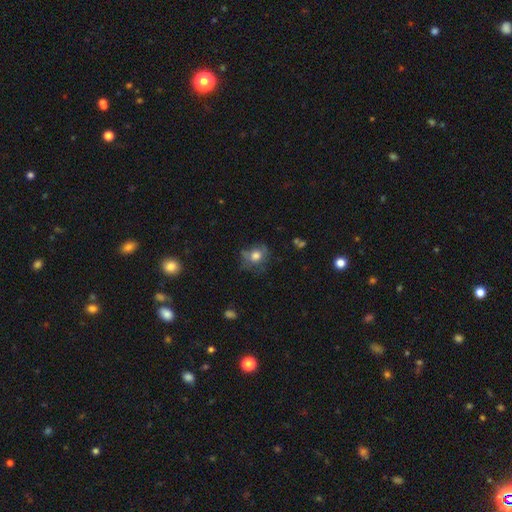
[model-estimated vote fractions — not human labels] A smooth galaxy with no disk features (66%) that is round (62%). Merging: none (52%).